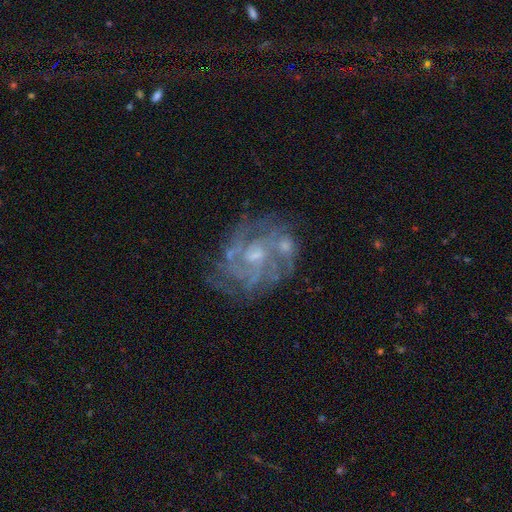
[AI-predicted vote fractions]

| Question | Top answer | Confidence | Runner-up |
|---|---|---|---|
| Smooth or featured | featured or disk | 83% | star or artifact (9%) |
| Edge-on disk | no | 98% | yes (2%) |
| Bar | no | 61% | weak (33%) |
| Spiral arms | yes | 89% | no (11%) |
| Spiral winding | tight | 52% | medium (38%) |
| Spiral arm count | can't tell | 35% | 3 (20%) |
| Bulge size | small | 51% | moderate (37%) |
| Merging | none | 65% | minor disturbance (17%) |